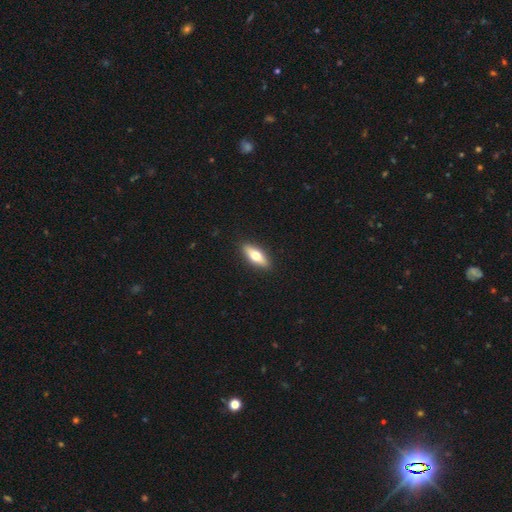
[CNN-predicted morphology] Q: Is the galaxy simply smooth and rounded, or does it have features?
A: smooth — 60%.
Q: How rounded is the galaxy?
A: in between — 62%.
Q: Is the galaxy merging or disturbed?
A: none — 91%.